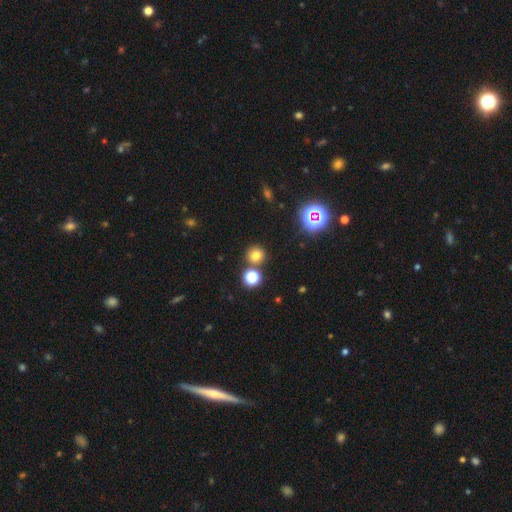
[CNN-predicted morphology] A smooth galaxy with no disk features (73%) that is round (89%).

Vote fractions:
- Smooth or featured? smooth: 73% / star or artifact: 21% / featured or disk: 7%
- How rounded? round: 89% / in between: 10% / cigar-shaped: 1%
- Merging? none: 78% / merger: 12% / minor disturbance: 7% / major disturbance: 3%